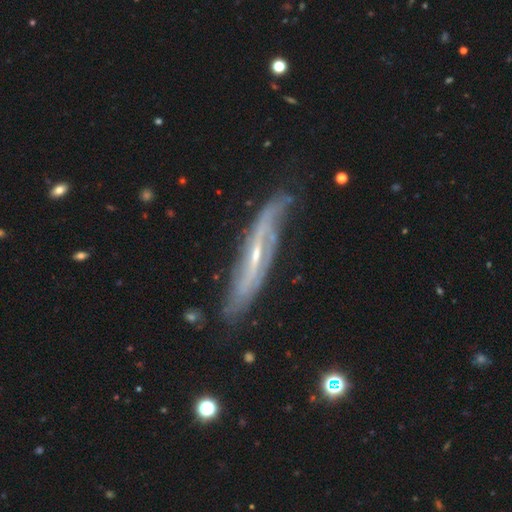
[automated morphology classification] smooth-or-featured: featured or disk: 83% | smooth: 11% | star or artifact: 6%
  disk-edge-on: no: 53% | yes: 47%
  merging: none: 69% | minor disturbance: 22% | major disturbance: 7% | merger: 3%